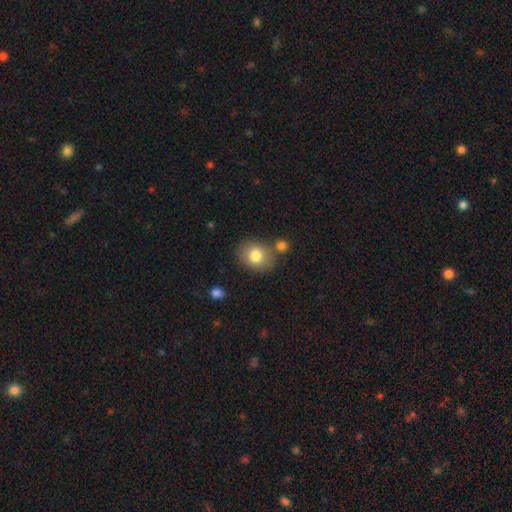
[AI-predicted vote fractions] Morphology: type=smooth (81%); roundness=round (64%); merging=none (71%).